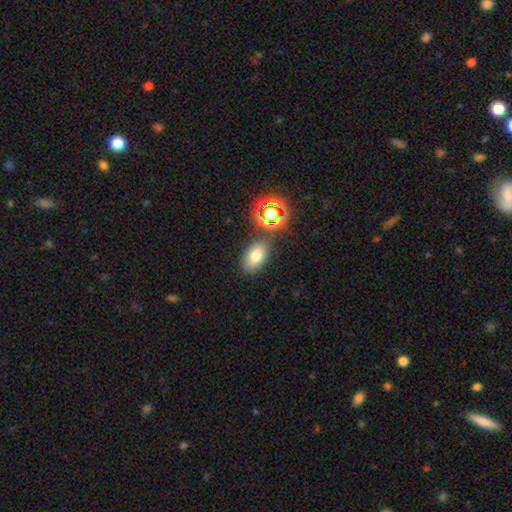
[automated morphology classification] Overall: smooth (72%). How rounded: in between (86%). Merging: none (78%).